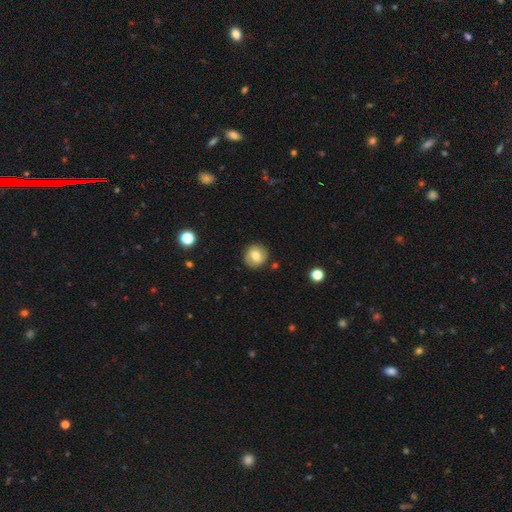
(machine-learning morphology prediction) Q: Smooth or featured?
A: smooth (70%); runner-up: featured or disk (21%)
Q: How rounded?
A: round (87%); runner-up: in between (12%)
Q: Merging?
A: none (87%); runner-up: minor disturbance (9%)